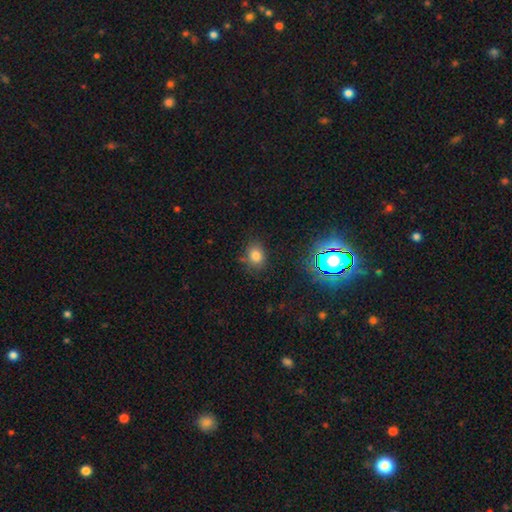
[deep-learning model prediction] smooth_or_featured: smooth (p=0.75) [alt: star or artifact p=0.18]
how_rounded: round (p=0.54) [alt: in between p=0.45]
merging: none (p=0.77) [alt: minor disturbance p=0.16]